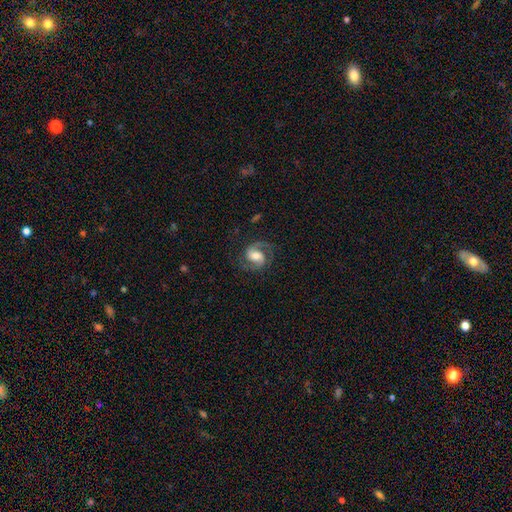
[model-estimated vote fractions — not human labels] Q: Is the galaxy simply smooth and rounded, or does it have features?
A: featured or disk — 83%.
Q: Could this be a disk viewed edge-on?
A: no — 98%.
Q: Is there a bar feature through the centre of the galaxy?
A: weak — 44%.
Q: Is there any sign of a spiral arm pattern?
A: yes — 96%.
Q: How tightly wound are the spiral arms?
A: medium — 58%.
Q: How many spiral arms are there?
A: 2 — 91%.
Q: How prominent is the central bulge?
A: moderate — 53%.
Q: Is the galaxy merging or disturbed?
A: none — 77%.